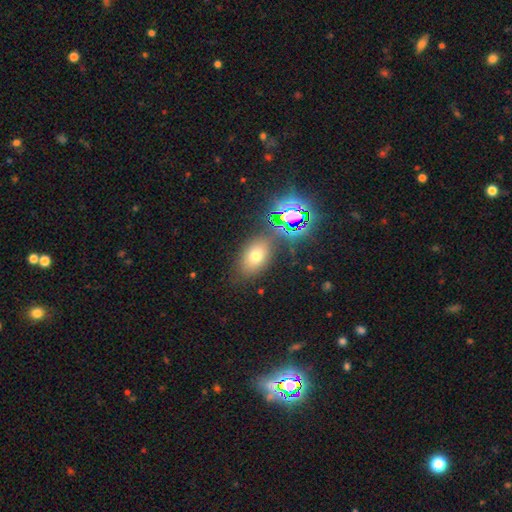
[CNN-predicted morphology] Overall: smooth (63%). How rounded: in between (79%). Merging: none (78%).